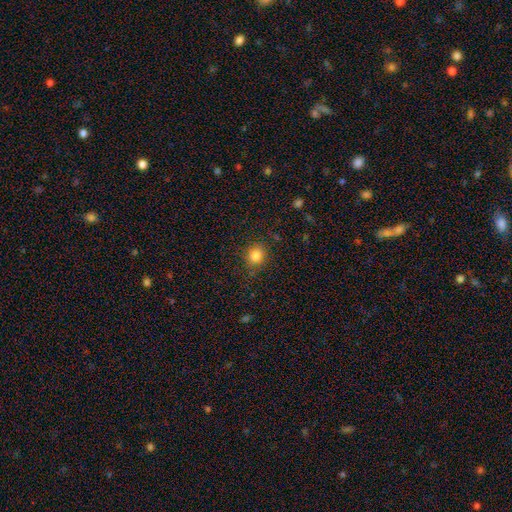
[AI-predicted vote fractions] This is clearly a smooth galaxy (83%). How rounded: likely round (71%). Merging: clearly none (83%).